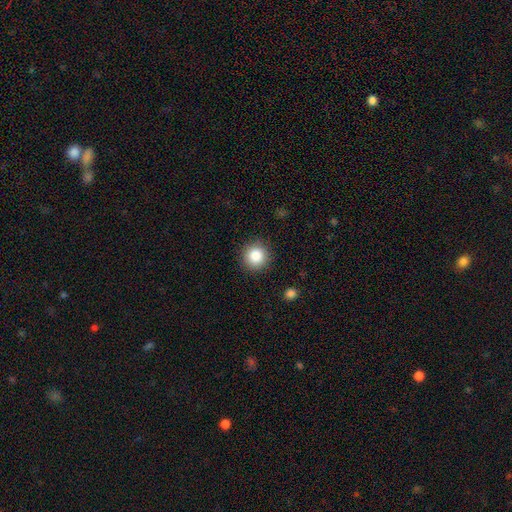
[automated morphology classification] type=smooth (85%); roundness=round (94%); merging=none (89%).